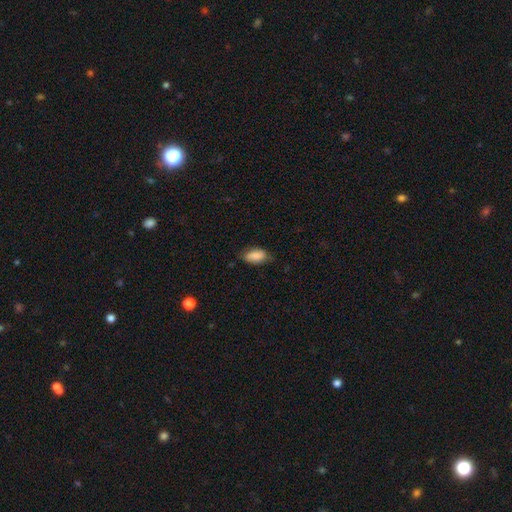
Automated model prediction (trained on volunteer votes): This appears to be a smooth galaxy with no disk features (85%) that is in between round and cigar-shaped (91%). Merging: none (70%).